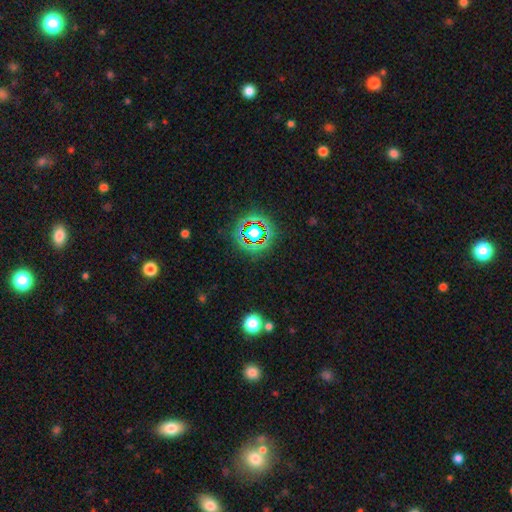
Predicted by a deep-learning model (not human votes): The model was most divided on "smooth or featured": star or artifact: 76%, smooth: 15%, featured or disk: 9%.